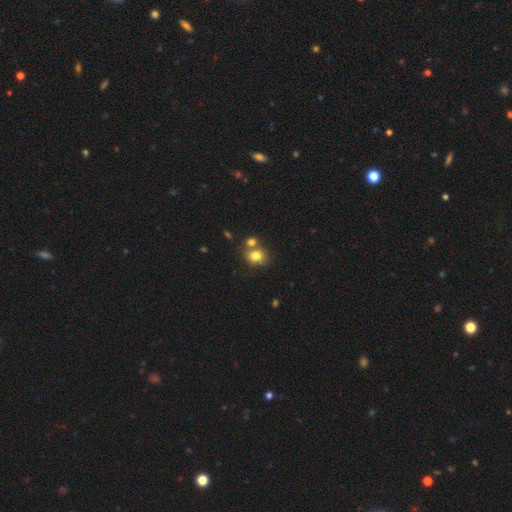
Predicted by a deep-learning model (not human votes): This is likely a smooth galaxy (79%). How rounded: likely round (69%). Merging: possibly none (56%).